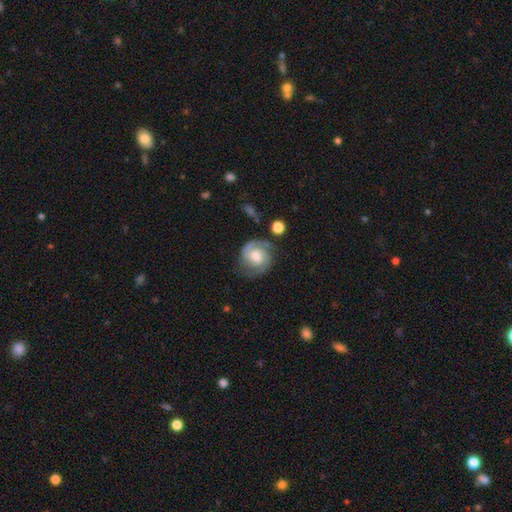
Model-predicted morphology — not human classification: smooth_or_featured: featured or disk (p=0.82) [alt: smooth p=0.13]
disk_edge_on: no (p=0.98) [alt: yes p=0.02]
bar: no (p=0.57) [alt: weak p=0.36]
has_spiral_arms: yes (p=0.96) [alt: no p=0.04]
spiral_winding: tight (p=0.53) [alt: medium p=0.39]
spiral_arm_count: 2 (p=0.83) [alt: can't tell p=0.07]
bulge_size: moderate (p=0.57) [alt: small p=0.20]
merging: none (p=0.72) [alt: minor disturbance p=0.17]